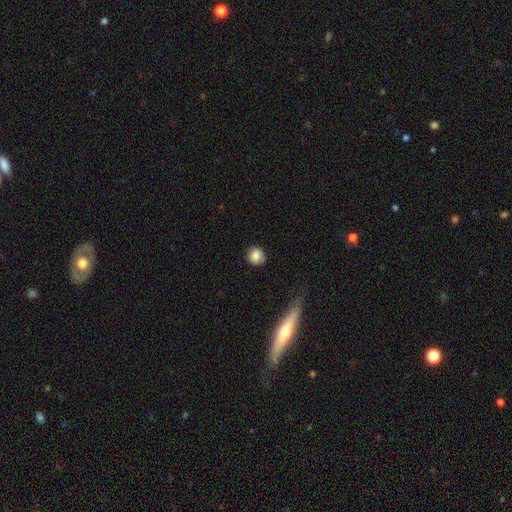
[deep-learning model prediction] Smooth or featured?
  - smooth: 85% *
  - star or artifact: 9%
  - featured or disk: 6%
How rounded?
  - round: 83% *
  - in between: 16%
  - cigar-shaped: 1%
Merging?
  - none: 82% *
  - minor disturbance: 13%
  - major disturbance: 3%
  - merger: 2%